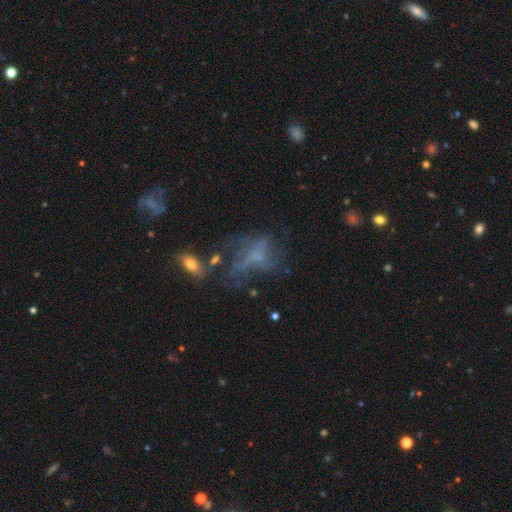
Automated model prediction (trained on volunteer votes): featured or disk 48%, smooth 30%, star or artifact 22%. Down the decision tree: merging — none (37%).